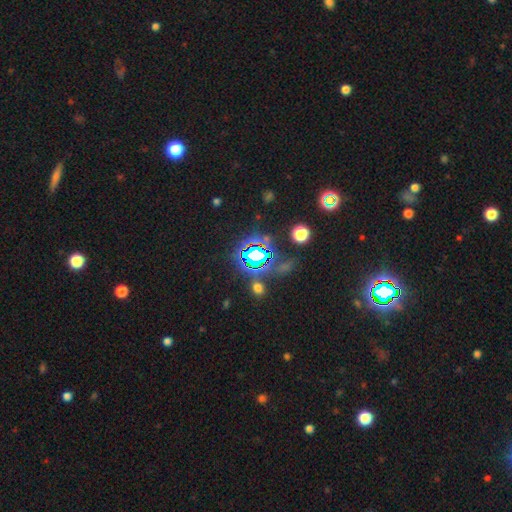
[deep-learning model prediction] Morphology: type=star or artifact (70%).